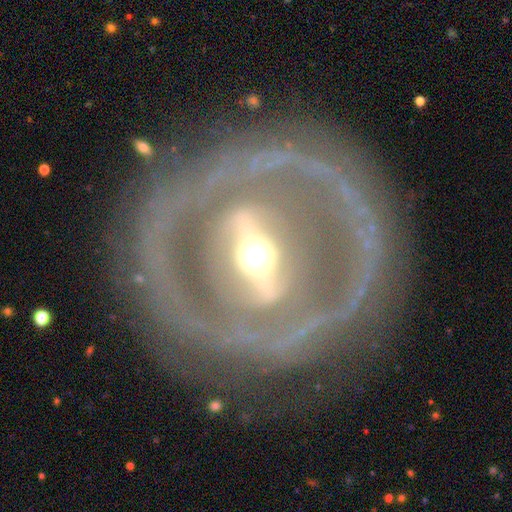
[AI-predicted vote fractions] The model was most divided on "spiral arms": no: 52%, yes: 48%. More confident: edge-on disk — no (87%); smooth or featured — featured or disk (85%); merging — none (74%); bar — strong (69%); bulge size — moderate (64%).